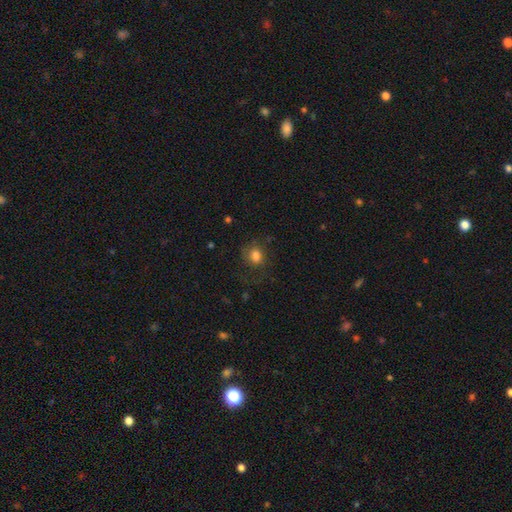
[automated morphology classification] Overall: smooth (75%). How rounded: round (71%). Merging: none (63%).